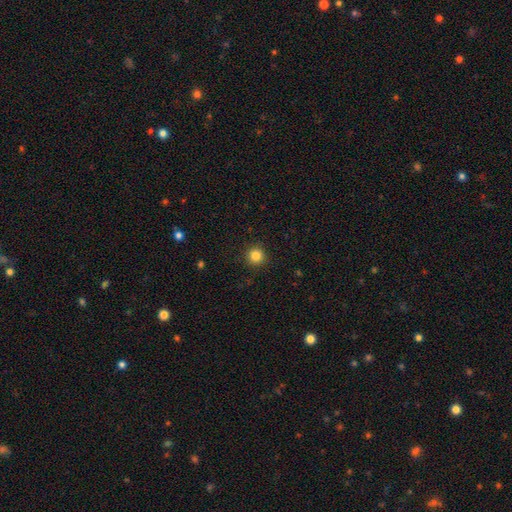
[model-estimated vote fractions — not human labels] Morphology: type=smooth (84%); roundness=round (95%); merging=none (92%).